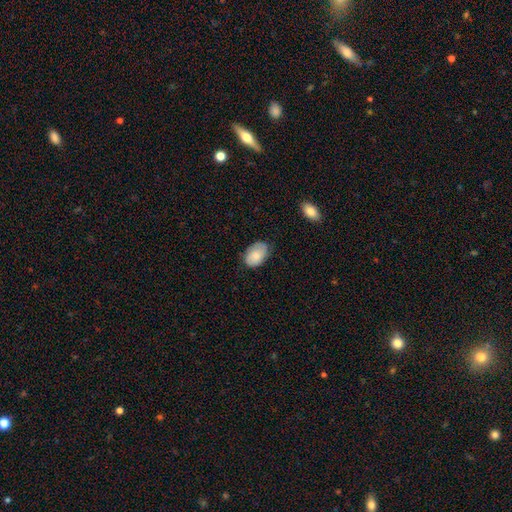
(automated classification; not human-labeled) smooth_or_featured: smooth (p=0.79) [alt: featured or disk p=0.15]
how_rounded: in between (p=0.88) [alt: round p=0.11]
merging: none (p=0.72) [alt: minor disturbance p=0.23]